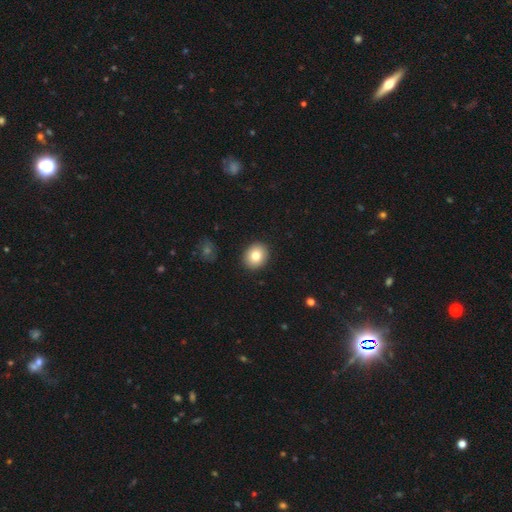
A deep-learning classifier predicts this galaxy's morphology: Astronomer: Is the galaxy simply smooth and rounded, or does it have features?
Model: smooth — 81%.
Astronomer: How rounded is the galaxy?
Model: round — 64%.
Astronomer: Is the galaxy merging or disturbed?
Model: none — 90%.